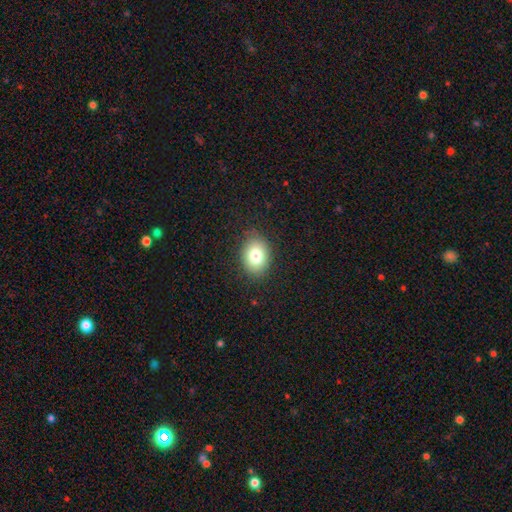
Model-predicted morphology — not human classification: Overall: smooth (79%). How rounded: in between (66%; round 33%). Merging: none (86%).